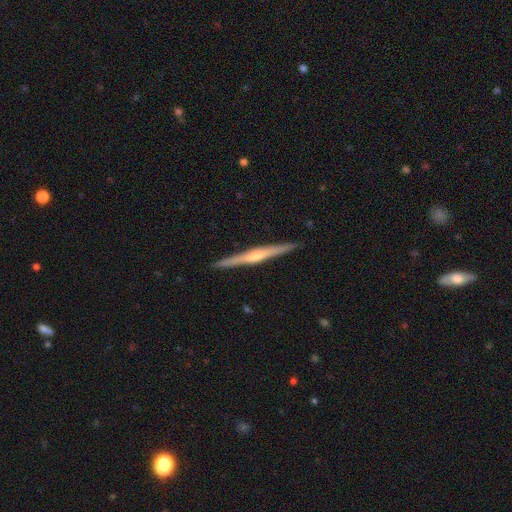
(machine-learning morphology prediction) type=featured or disk (74%); edge-on=yes (98%); edge-on bulge=rounded (68%); merging=none (92%).